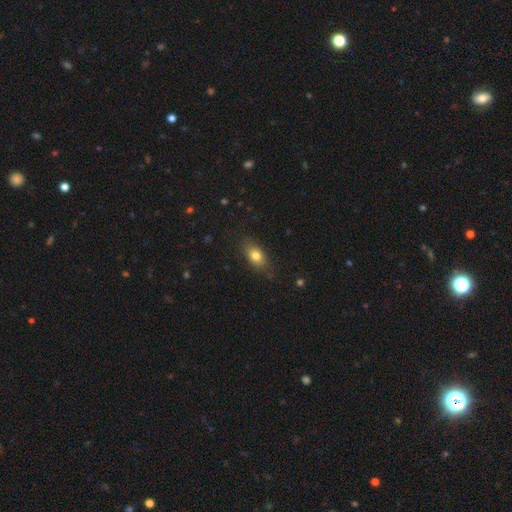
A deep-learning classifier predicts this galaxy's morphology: smooth-or-featured: smooth: 78% | featured or disk: 13% | star or artifact: 9%
  how-rounded: in between: 80% | round: 12% | cigar-shaped: 8%
  merging: none: 78% | minor disturbance: 16% | major disturbance: 4% | merger: 1%